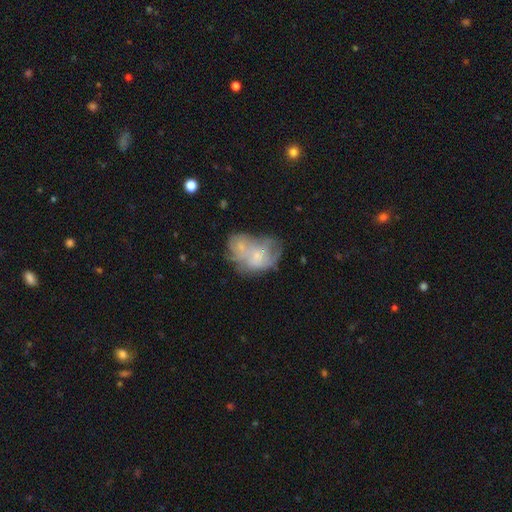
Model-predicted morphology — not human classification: smooth_or_featured: featured or disk (p=0.51) [alt: smooth p=0.40]
disk_edge_on: no (p=0.97) [alt: yes p=0.03]
merging: merger (p=0.60) [alt: none p=0.17]